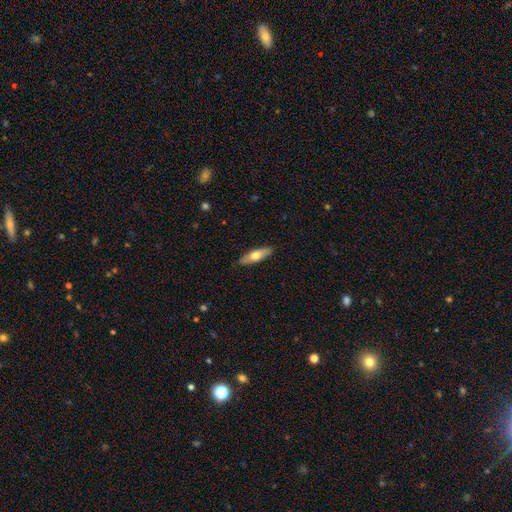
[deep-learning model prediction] smooth 60%, featured or disk 35%, star or artifact 5%. Down the decision tree: how rounded — cigar-shaped (53%); merging — none (88%).